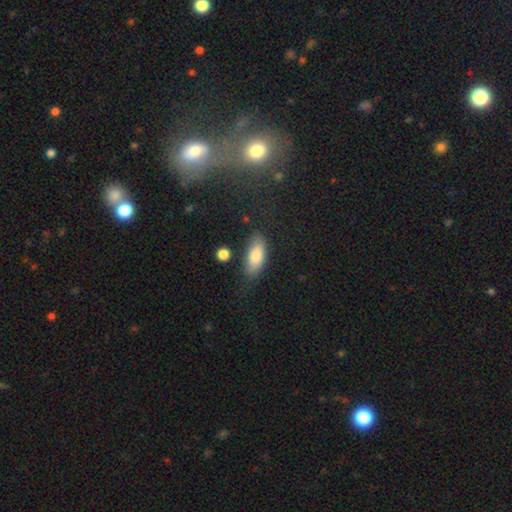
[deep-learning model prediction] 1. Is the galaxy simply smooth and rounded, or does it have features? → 83% smooth, 11% featured or disk, 7% star or artifact.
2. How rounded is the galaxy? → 83% in between, 15% cigar-shaped, 3% round.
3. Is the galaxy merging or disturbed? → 73% none, 18% minor disturbance, 5% major disturbance, 4% merger.